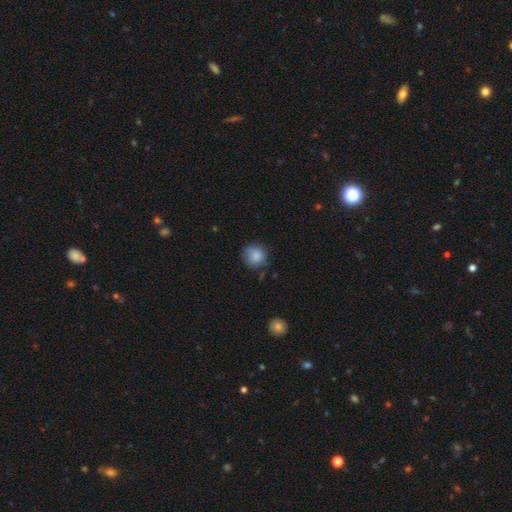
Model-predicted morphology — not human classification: The model was most divided on "merging": none: 75%, minor disturbance: 19%, major disturbance: 4%, merger: 2%. More confident: how rounded — round (90%); smooth or featured — smooth (86%).